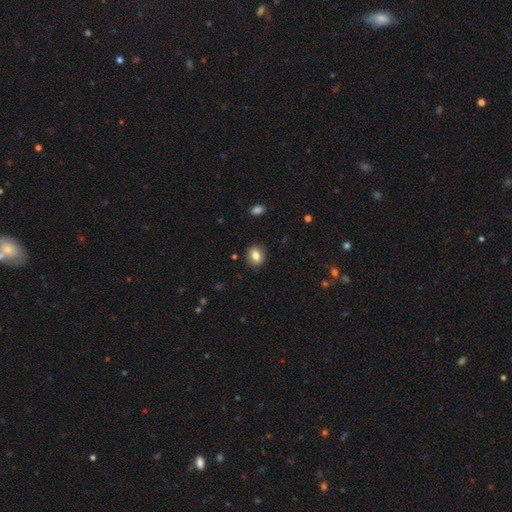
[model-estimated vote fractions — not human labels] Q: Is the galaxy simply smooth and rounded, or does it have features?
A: smooth — 80%.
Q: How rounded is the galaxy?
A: round — 59%.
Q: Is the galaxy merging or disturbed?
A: none — 89%.